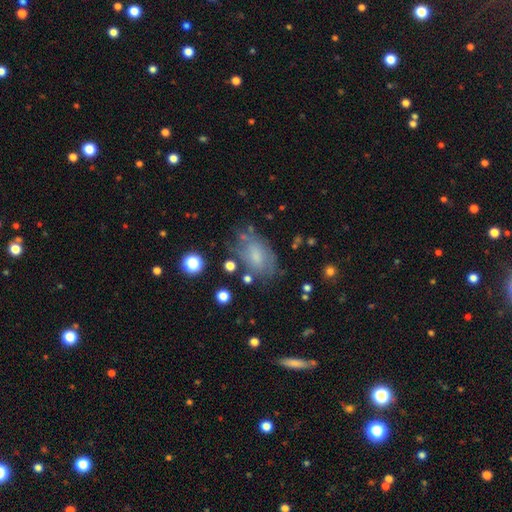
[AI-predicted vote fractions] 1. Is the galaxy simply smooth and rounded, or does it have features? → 56% smooth, 33% featured or disk, 11% star or artifact.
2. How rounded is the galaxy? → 88% in between, 10% round, 2% cigar-shaped.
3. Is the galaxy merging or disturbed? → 57% none, 25% minor disturbance, 13% major disturbance, 5% merger.